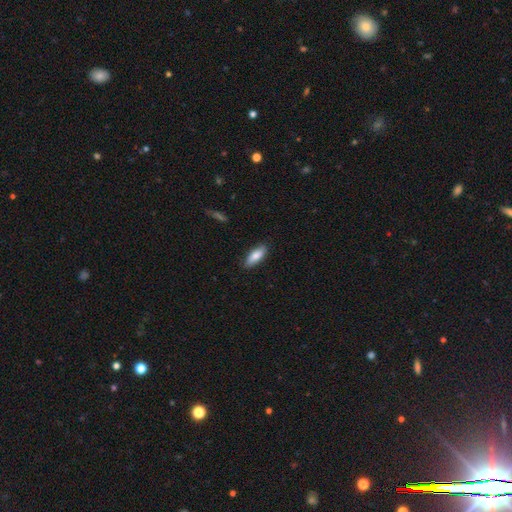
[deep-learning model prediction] This is clearly a smooth galaxy (80%). How rounded: likely in between (67%). Merging: clearly none (85%).